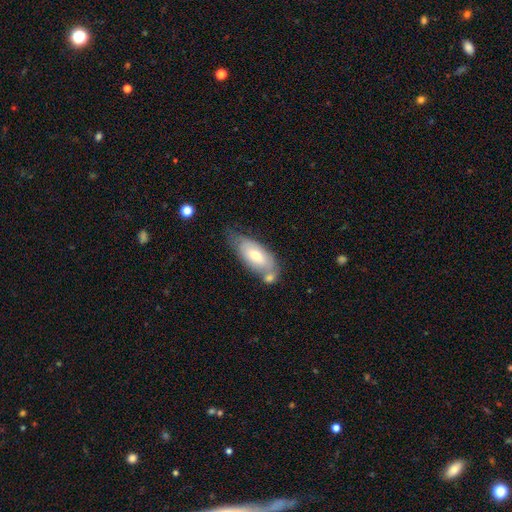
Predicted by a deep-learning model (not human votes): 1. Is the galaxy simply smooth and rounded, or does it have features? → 61% smooth, 33% featured or disk, 6% star or artifact.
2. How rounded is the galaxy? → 85% in between, 12% cigar-shaped, 3% round.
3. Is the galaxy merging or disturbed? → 48% none, 23% minor disturbance, 23% merger, 7% major disturbance.